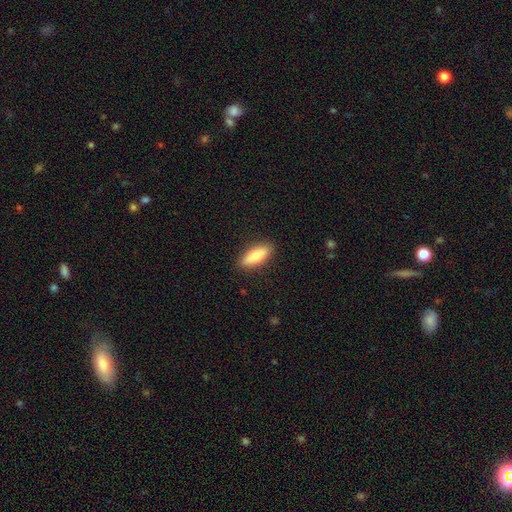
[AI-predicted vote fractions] This is clearly a smooth galaxy (81%). How rounded: possibly in between (56%). Merging: clearly none (89%).